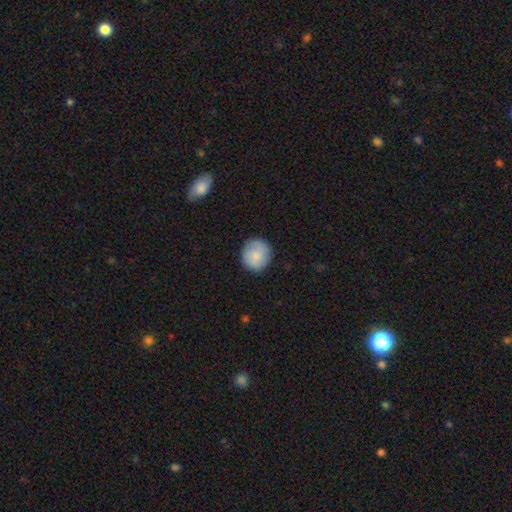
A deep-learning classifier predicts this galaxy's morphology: A smooth galaxy with no disk features (80%) that is round (87%). Merging: none (84%).